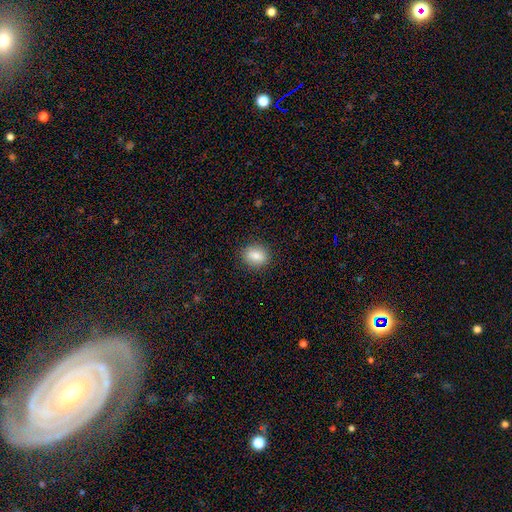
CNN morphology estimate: type=smooth (84%); roundness=in between (53%); merging=none (88%).